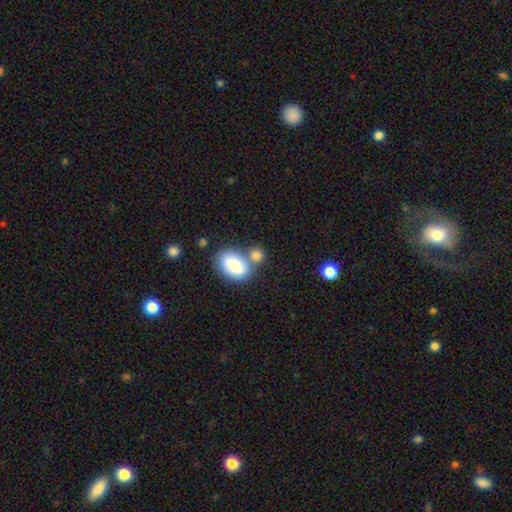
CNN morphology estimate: Smooth or featured? Predicted: smooth (p=0.83). How rounded? Predicted: in between (p=0.71). Merging? Predicted: none (p=0.46).